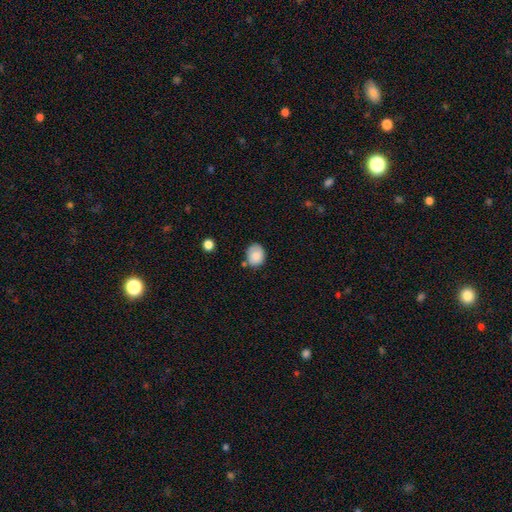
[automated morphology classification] Smooth or featured?
  - smooth: 80% *
  - featured or disk: 12%
  - star or artifact: 8%
How rounded?
  - round: 59% *
  - in between: 41%
  - cigar-shaped: 1%
Merging?
  - none: 66% *
  - minor disturbance: 22%
  - merger: 7%
  - major disturbance: 5%